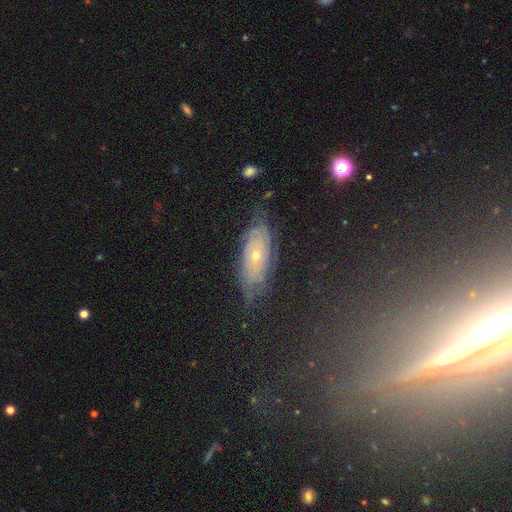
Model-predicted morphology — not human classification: Q: Smooth or featured?
A: featured or disk (67%); runner-up: smooth (19%)
Q: Edge-on disk?
A: no (87%); runner-up: yes (13%)
Q: Bar?
A: no (85%); runner-up: weak (12%)
Q: Spiral arms?
A: yes (83%); runner-up: no (17%)
Q: Bulge size?
A: small (54%); runner-up: moderate (43%)
Q: Merging?
A: none (69%); runner-up: minor disturbance (21%)